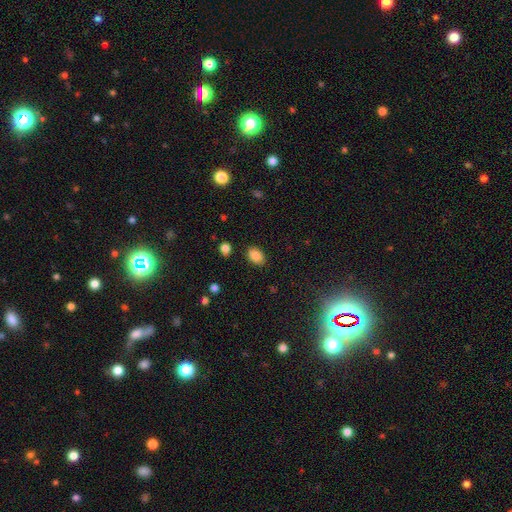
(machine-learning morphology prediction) type=smooth (86%); roundness=in between (82%); merging=none (87%).